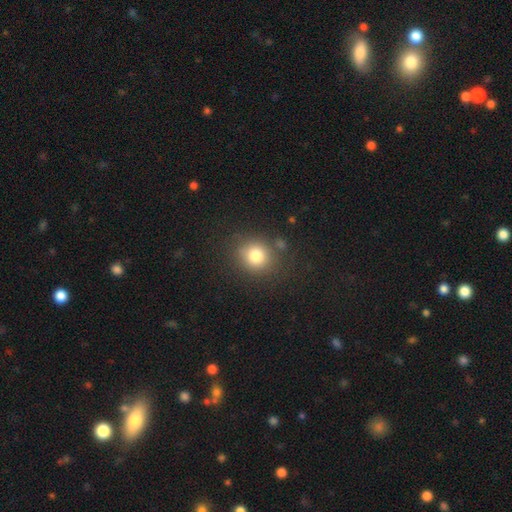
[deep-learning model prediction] Smooth or featured? Predicted: smooth (p=0.79). How rounded? Predicted: round (p=0.81). Merging? Predicted: none (p=0.80).